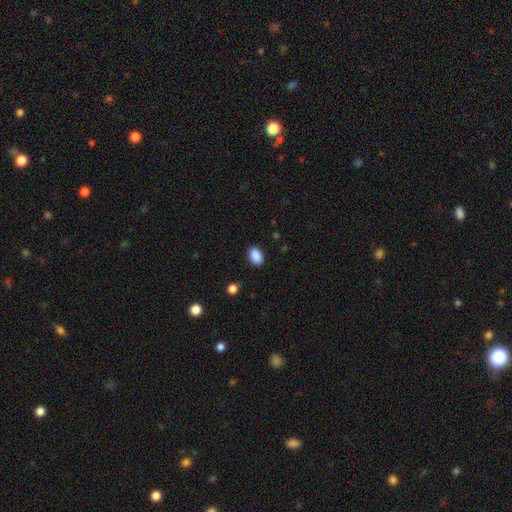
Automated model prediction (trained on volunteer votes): smooth-or-featured: smooth: 89% | star or artifact: 8% | featured or disk: 3%
  how-rounded: in between: 81% | round: 18% | cigar-shaped: 1%
  merging: none: 87% | minor disturbance: 10% | major disturbance: 2% | merger: 1%